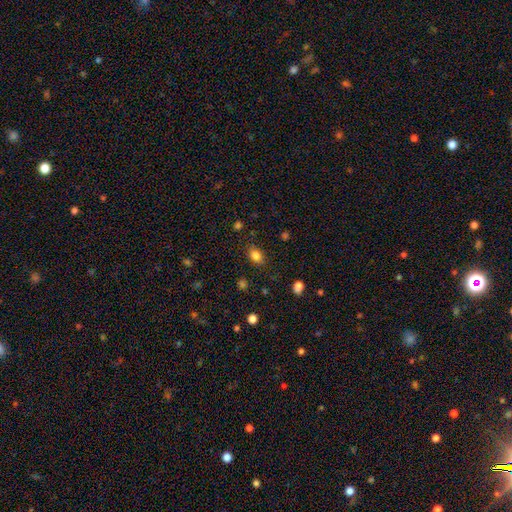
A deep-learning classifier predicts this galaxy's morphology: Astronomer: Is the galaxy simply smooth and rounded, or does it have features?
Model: smooth — 83%.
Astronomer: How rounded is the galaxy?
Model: in between — 74%.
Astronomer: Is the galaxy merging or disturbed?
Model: none — 81%.